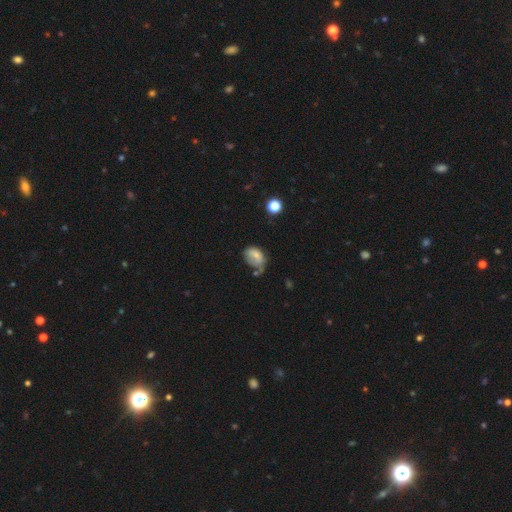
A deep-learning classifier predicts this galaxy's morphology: This appears to be a smooth galaxy with no disk features (65%) that is in between round and cigar-shaped (78%). Merging: minor disturbance (33%).